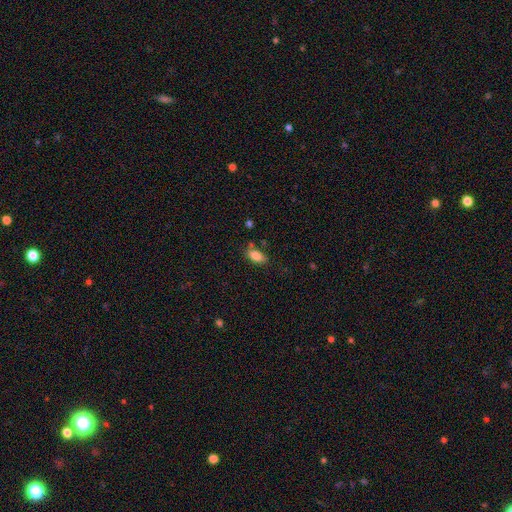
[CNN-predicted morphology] Smooth or featured?
  - smooth: 85% *
  - star or artifact: 8%
  - featured or disk: 7%
How rounded?
  - in between: 89% *
  - cigar-shaped: 8%
  - round: 3%
Merging?
  - none: 73% *
  - minor disturbance: 16%
  - merger: 6%
  - major disturbance: 4%